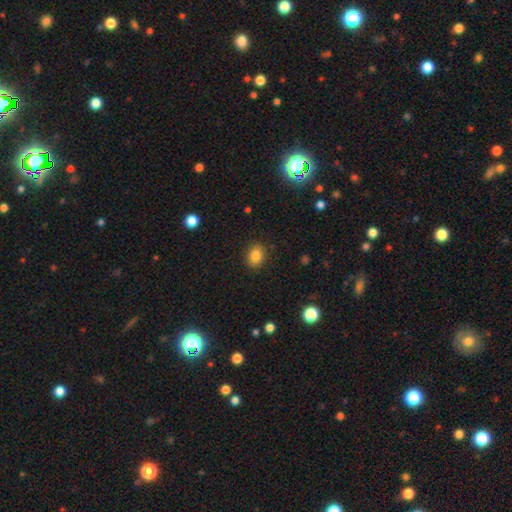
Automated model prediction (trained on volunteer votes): Morphology: type=smooth (84%); roundness=in between (65%); merging=none (88%).